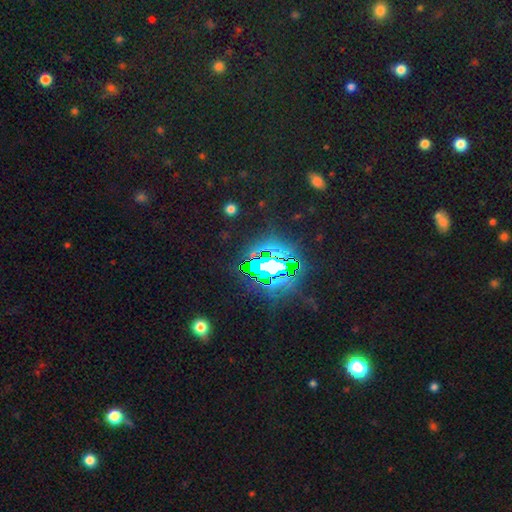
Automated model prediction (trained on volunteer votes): star or artifact 77%, featured or disk 12%, smooth 11%.